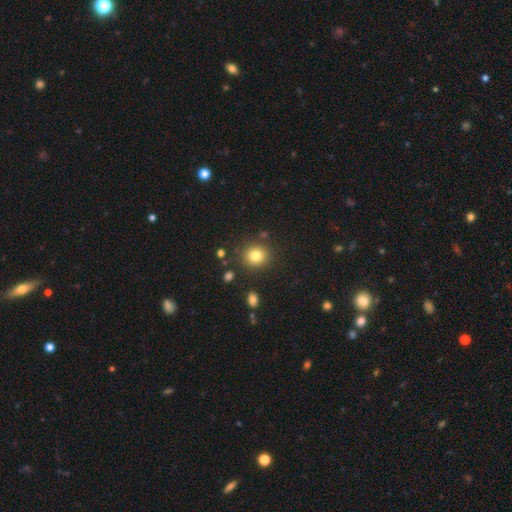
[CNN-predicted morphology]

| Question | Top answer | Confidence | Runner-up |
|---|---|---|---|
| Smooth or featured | smooth | 81% | star or artifact (11%) |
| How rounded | round | 86% | in between (13%) |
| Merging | none | 86% | minor disturbance (8%) |